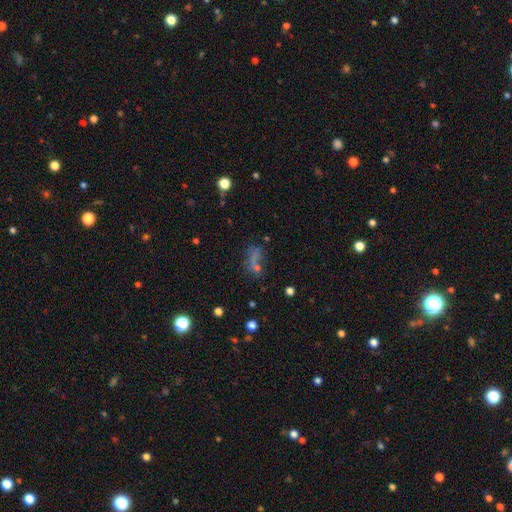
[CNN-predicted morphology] smooth_or_featured: smooth (p=0.44) [alt: star or artifact p=0.37]
merging: none (p=0.54) [alt: minor disturbance p=0.17]